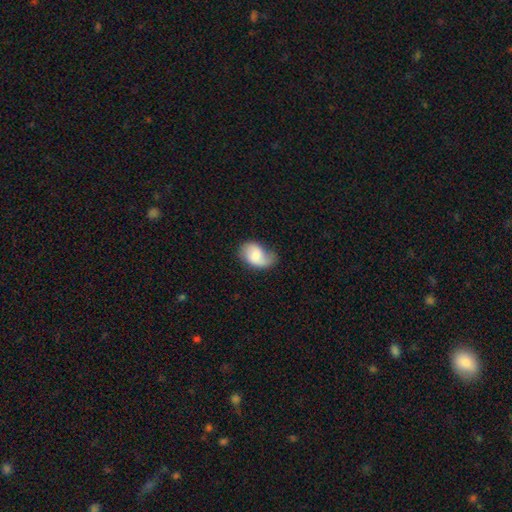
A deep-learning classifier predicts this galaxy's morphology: The model was most divided on "merging": none: 44%, minor disturbance: 38%, major disturbance: 16%, merger: 2%. More confident: how rounded — in between (85%); smooth or featured — smooth (58%).